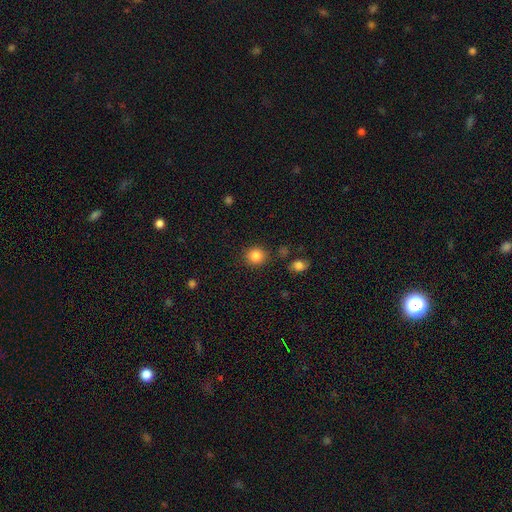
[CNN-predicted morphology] A smooth galaxy with no disk features (85%) that is round (88%).

Vote fractions:
- Smooth or featured? smooth: 85% / star or artifact: 10% / featured or disk: 5%
- How rounded? round: 88% / in between: 11% / cigar-shaped: 1%
- Merging? none: 87% / minor disturbance: 7% / merger: 3% / major disturbance: 3%